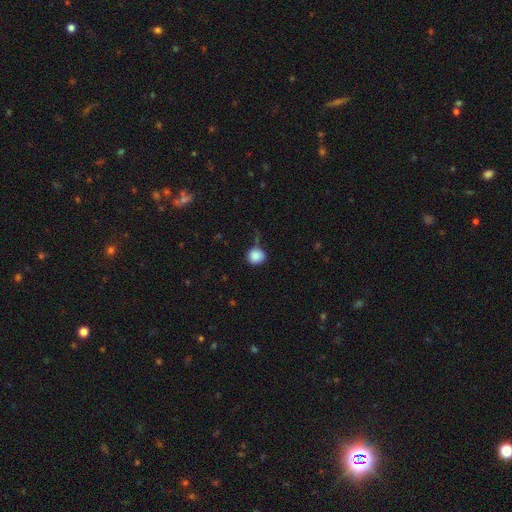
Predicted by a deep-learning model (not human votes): This appears to be a smooth galaxy with no disk features (87%) that is round (88%). Merging: none (74%).